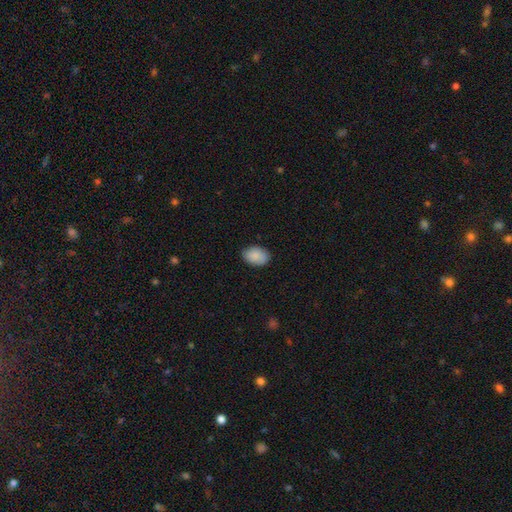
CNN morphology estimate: type=smooth (88%); roundness=in between (81%); merging=none (85%).